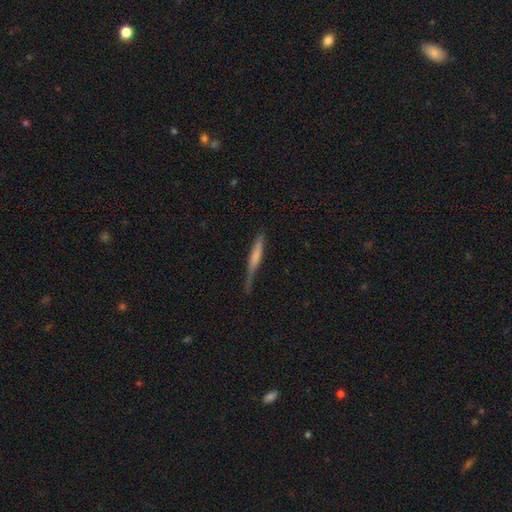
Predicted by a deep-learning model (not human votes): This appears to be a smooth galaxy with no disk features (59%) that is cigar-shaped (93%). Merging: none (59%).